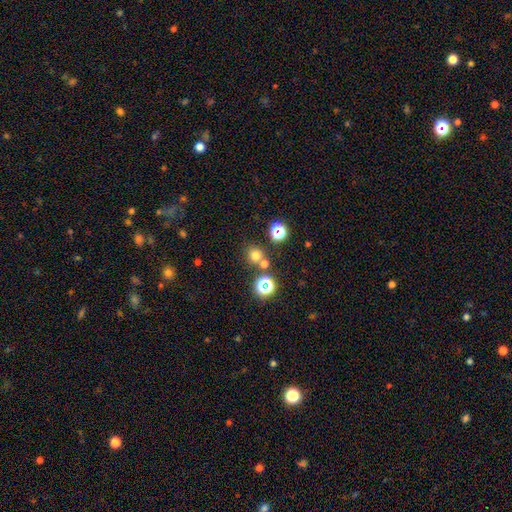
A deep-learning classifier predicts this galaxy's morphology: smooth_or_featured: smooth (p=0.67) [alt: star or artifact p=0.26]
how_rounded: round (p=0.87) [alt: in between p=0.12]
merging: none (p=0.70) [alt: merger p=0.18]